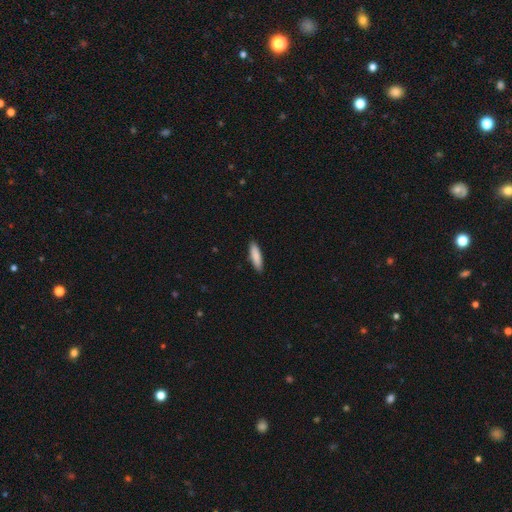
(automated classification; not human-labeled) Smooth or featured?
  - smooth: 87% *
  - featured or disk: 7%
  - star or artifact: 6%
How rounded?
  - cigar-shaped: 67% *
  - in between: 31%
  - round: 1%
Merging?
  - none: 89% *
  - minor disturbance: 8%
  - major disturbance: 2%
  - merger: 1%